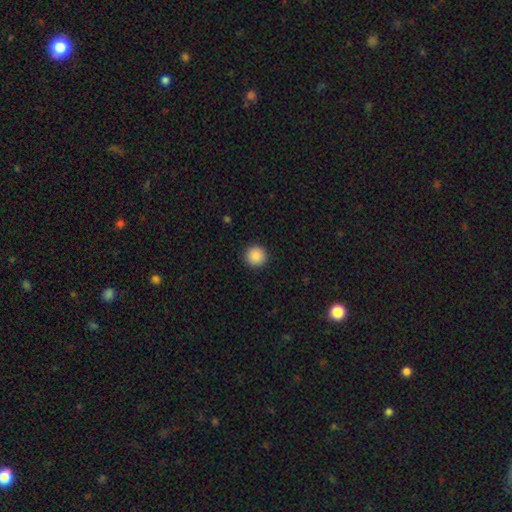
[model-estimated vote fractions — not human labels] A smooth galaxy with no disk features (89%) that is round (95%). Merging: none (93%).